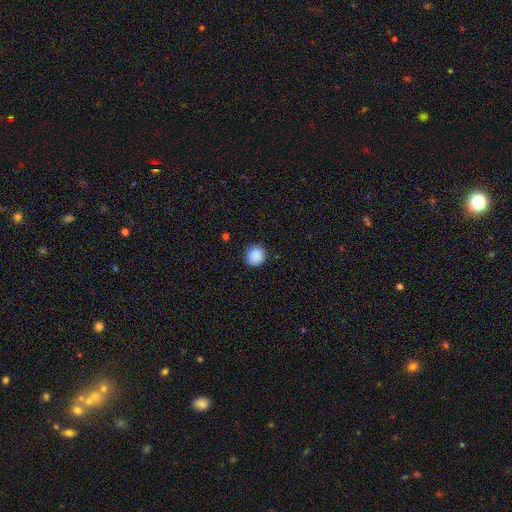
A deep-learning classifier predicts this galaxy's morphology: Smooth or featured?
  - smooth: 89% *
  - star or artifact: 9%
  - featured or disk: 2%
How rounded?
  - round: 89% *
  - in between: 10%
  - cigar-shaped: 1%
Merging?
  - none: 90% *
  - minor disturbance: 7%
  - major disturbance: 2%
  - merger: 1%